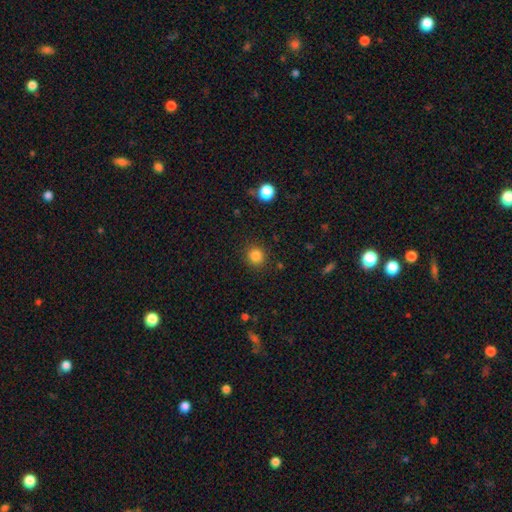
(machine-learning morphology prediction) This appears to be a smooth galaxy with no disk features (84%) that is round (91%). Merging: none (90%).